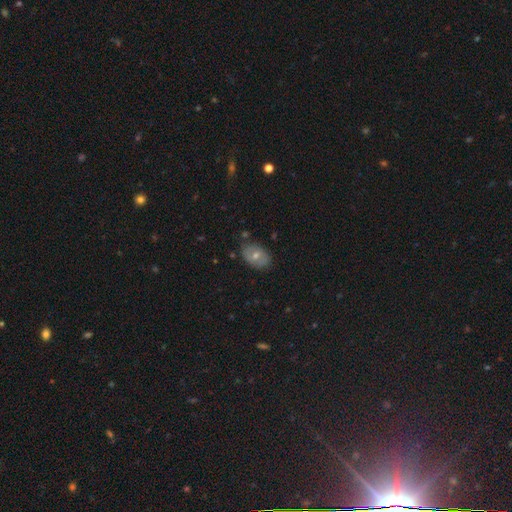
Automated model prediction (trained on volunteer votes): This is possibly a smooth galaxy (55%). How rounded: clearly in between (83%). Merging: likely none (76%).